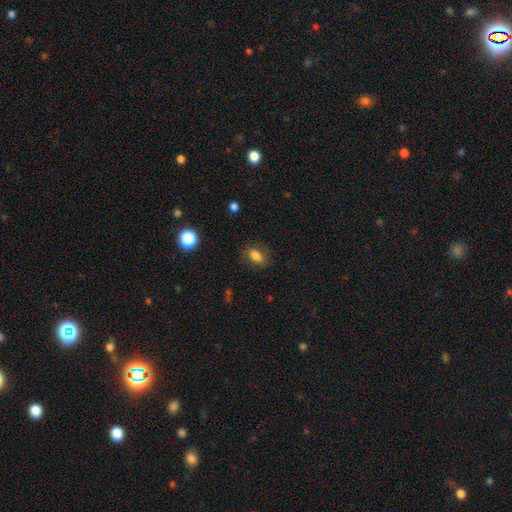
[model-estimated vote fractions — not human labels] smooth-or-featured: smooth: 81% | star or artifact: 10% | featured or disk: 9%
  how-rounded: in between: 82% | round: 16% | cigar-shaped: 3%
  merging: none: 78% | minor disturbance: 16% | major disturbance: 6% | merger: 1%